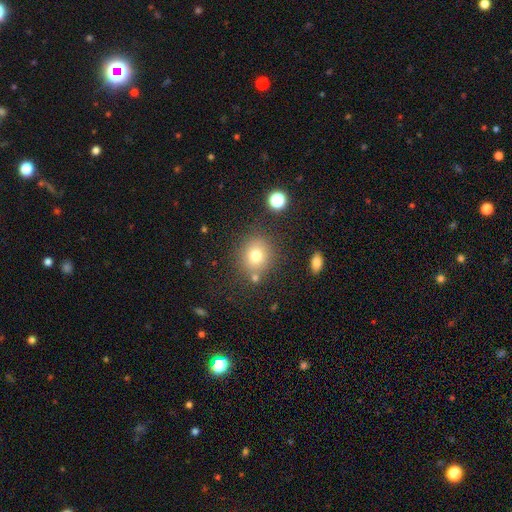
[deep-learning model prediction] smooth 75%, star or artifact 14%, featured or disk 11%. Down the decision tree: how rounded — round (78%); merging — none (76%).